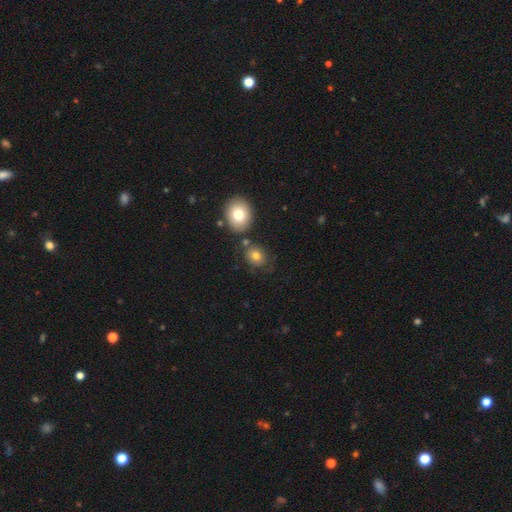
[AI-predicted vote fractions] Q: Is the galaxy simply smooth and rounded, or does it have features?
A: smooth — 77%.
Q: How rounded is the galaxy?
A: round — 58%.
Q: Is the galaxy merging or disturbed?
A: none — 68%.